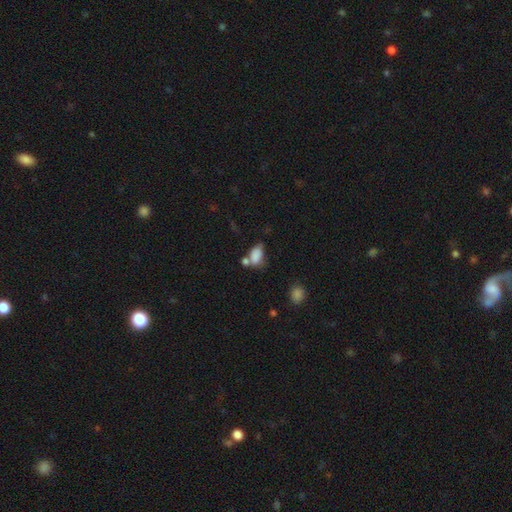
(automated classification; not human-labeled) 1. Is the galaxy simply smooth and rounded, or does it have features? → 81% smooth, 10% star or artifact, 9% featured or disk.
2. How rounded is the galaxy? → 87% in between, 10% round, 2% cigar-shaped.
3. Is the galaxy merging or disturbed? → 35% merger, 34% none, 21% minor disturbance, 11% major disturbance.